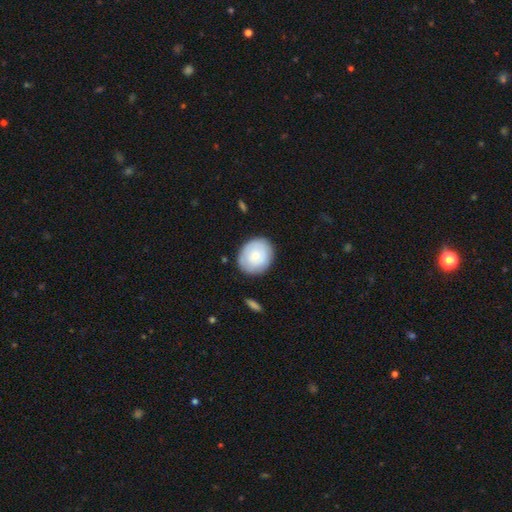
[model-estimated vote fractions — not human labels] Smooth or featured? smooth (68%)
How rounded? round (66%)
Merging? none (82%)